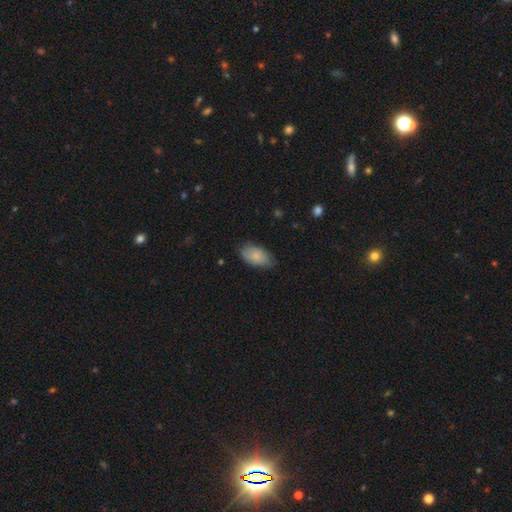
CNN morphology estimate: smooth-or-featured: smooth: 84% | featured or disk: 10% | star or artifact: 6%
  how-rounded: in between: 94% | round: 3% | cigar-shaped: 2%
  merging: none: 75% | minor disturbance: 21% | major disturbance: 3% | merger: 1%